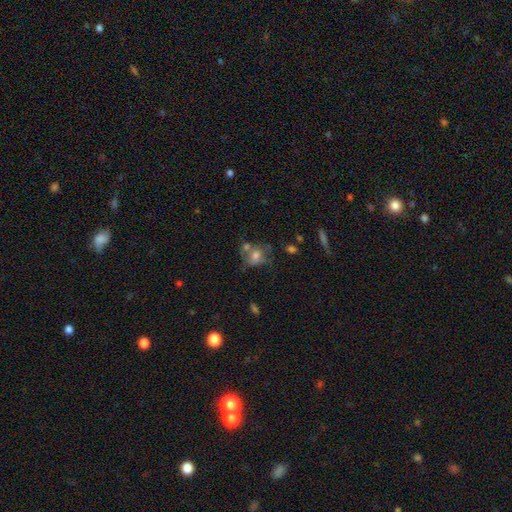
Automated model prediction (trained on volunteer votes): The model was most divided on "merging": none: 37%, merger: 31%, minor disturbance: 19%, major disturbance: 13%. More confident: smooth or featured — smooth (57%); how rounded — round (56%).